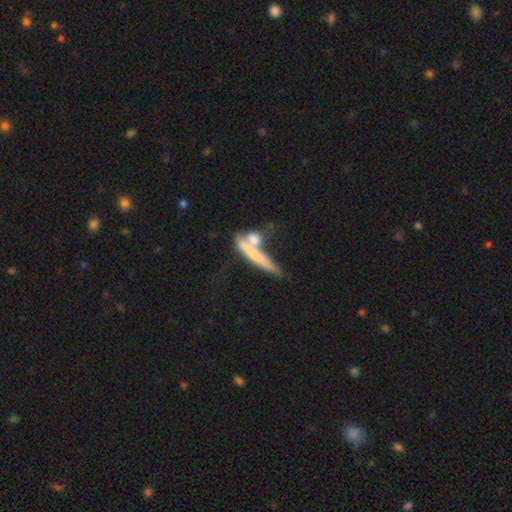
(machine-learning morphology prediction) This appears to be a smooth galaxy with no disk features (58%) that is cigar-shaped (80%). Merging: none (43%).